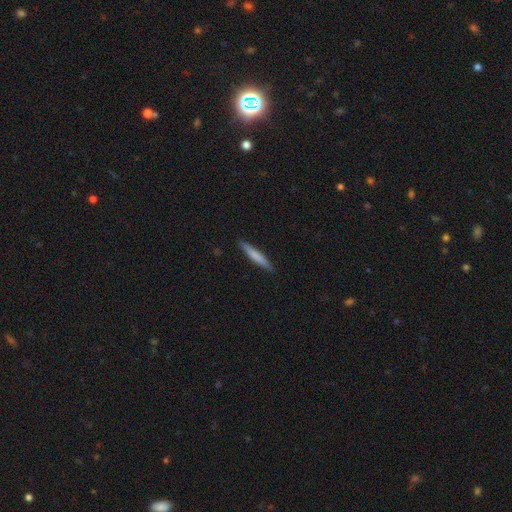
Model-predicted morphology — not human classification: smooth 73%, featured or disk 21%, star or artifact 5%. Down the decision tree: how rounded — cigar-shaped (94%); merging — none (90%).